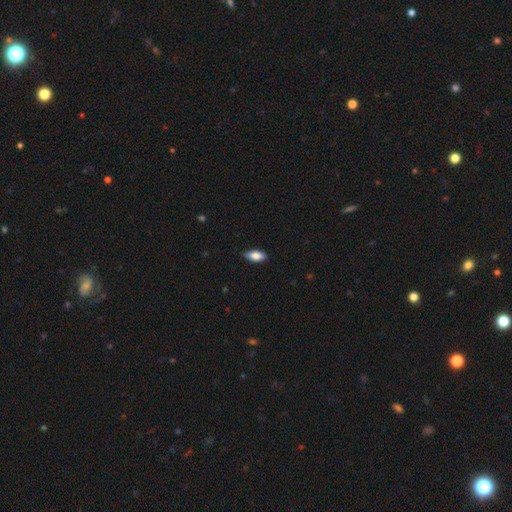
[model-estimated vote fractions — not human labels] Morphology: type=smooth (83%); roundness=in between (86%); merging=none (85%).